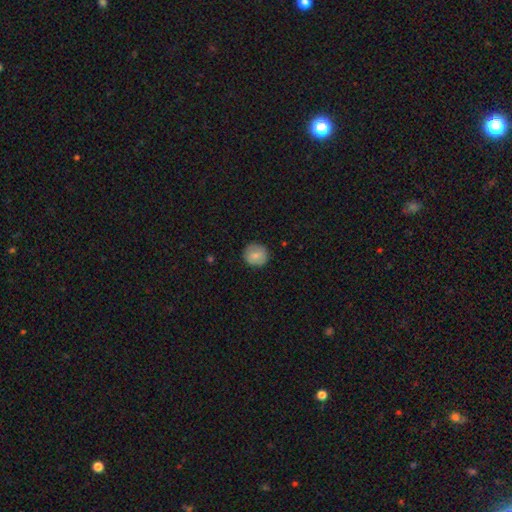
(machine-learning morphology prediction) Smooth or featured? Predicted: smooth (p=0.79). How rounded? Predicted: round (p=0.93). Merging? Predicted: none (p=0.88).